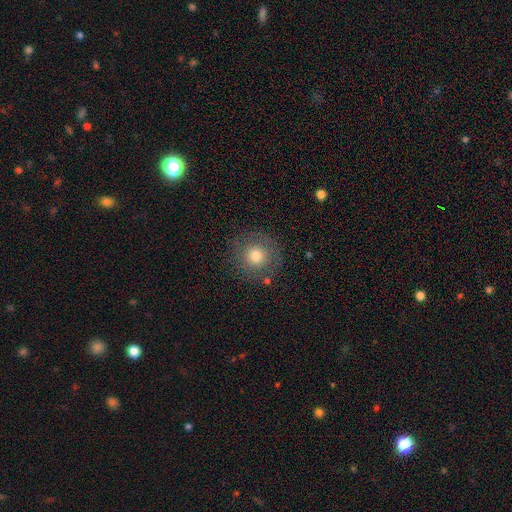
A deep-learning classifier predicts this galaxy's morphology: A smooth galaxy with no disk features (73%) that is round (94%). Merging: none (83%).